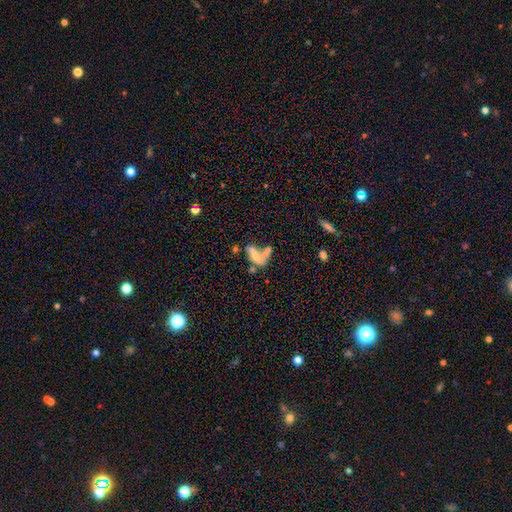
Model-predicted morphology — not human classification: Smooth or featured?
  - smooth: 48% *
  - featured or disk: 39%
  - star or artifact: 13%
Merging?
  - merger: 48% *
  - none: 23%
  - major disturbance: 18%
  - minor disturbance: 12%